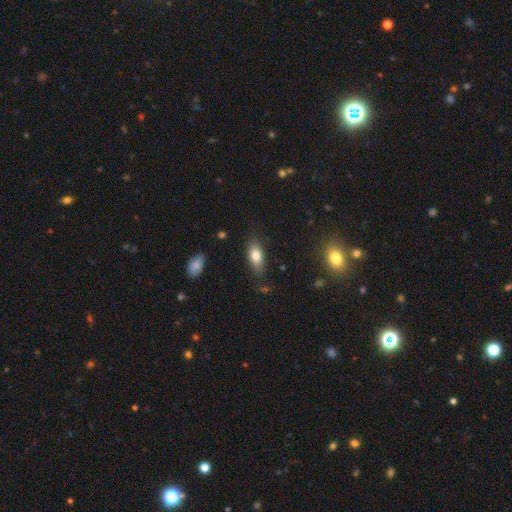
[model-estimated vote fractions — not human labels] smooth_or_featured: smooth (p=0.78) [alt: featured or disk p=0.14]
how_rounded: in between (p=0.85) [alt: cigar-shaped p=0.11]
merging: none (p=0.80) [alt: minor disturbance p=0.15]